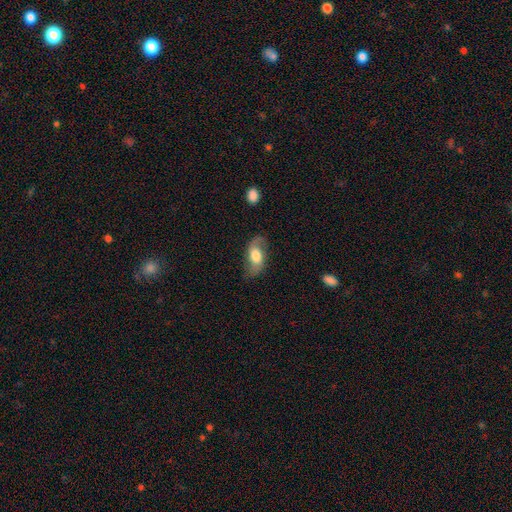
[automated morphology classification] type=featured or disk (49%); merging=none (71%).